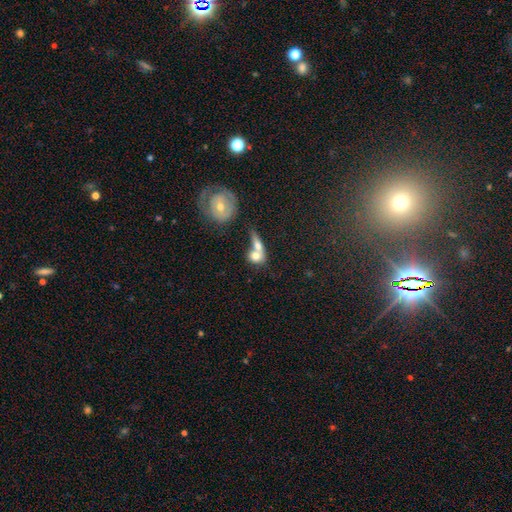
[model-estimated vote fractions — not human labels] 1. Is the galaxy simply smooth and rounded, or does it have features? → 69% smooth, 23% featured or disk, 8% star or artifact.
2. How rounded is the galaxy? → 51% round, 42% in between, 7% cigar-shaped.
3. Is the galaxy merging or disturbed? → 62% merger, 24% none, 8% minor disturbance, 6% major disturbance.